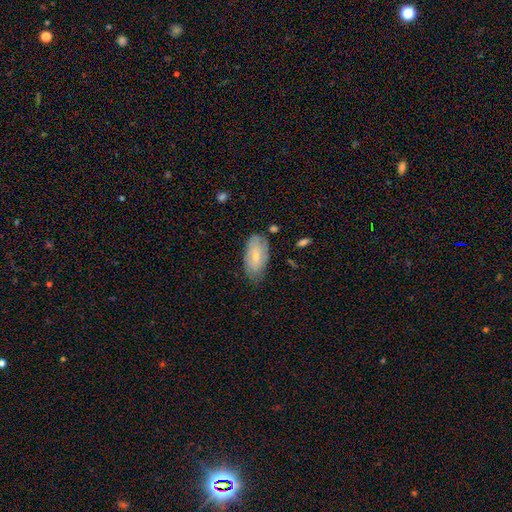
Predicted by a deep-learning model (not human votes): The model was most divided on "merging": none: 69%, minor disturbance: 24%, major disturbance: 5%, merger: 2%. More confident: how rounded — in between (93%); smooth or featured — smooth (70%).